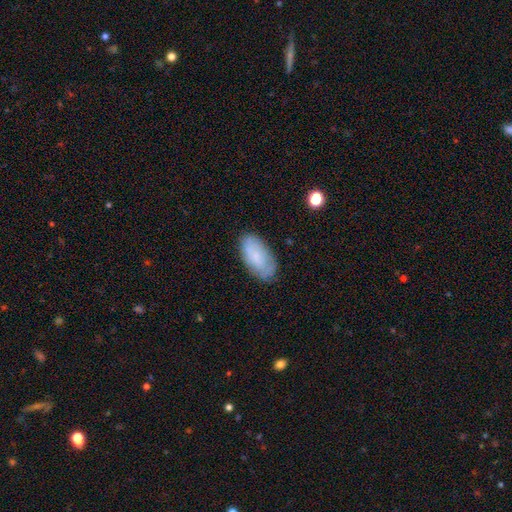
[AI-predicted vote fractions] Q: Smooth or featured?
A: smooth (76%); runner-up: featured or disk (17%)
Q: How rounded?
A: in between (94%); runner-up: cigar-shaped (4%)
Q: Merging?
A: none (77%); runner-up: minor disturbance (17%)